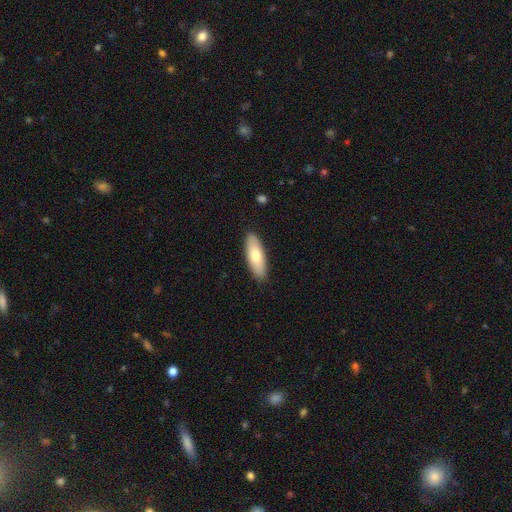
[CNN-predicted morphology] Smooth or featured?
  - smooth: 73% *
  - featured or disk: 21%
  - star or artifact: 6%
How rounded?
  - in between: 65% *
  - cigar-shaped: 33%
  - round: 2%
Merging?
  - none: 89% *
  - minor disturbance: 9%
  - major disturbance: 2%
  - merger: 1%